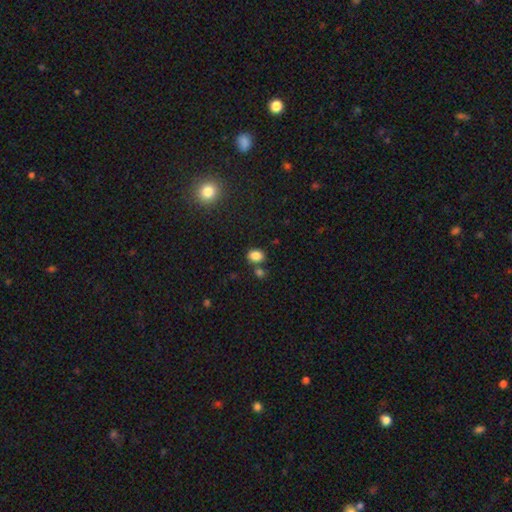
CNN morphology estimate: Smooth or featured?
  - smooth: 84% *
  - star or artifact: 11%
  - featured or disk: 5%
How rounded?
  - in between: 61% *
  - round: 38%
  - cigar-shaped: 1%
Merging?
  - none: 69% *
  - merger: 16%
  - minor disturbance: 11%
  - major disturbance: 3%